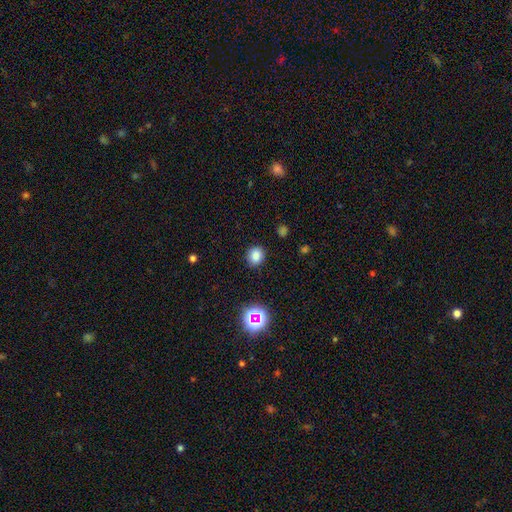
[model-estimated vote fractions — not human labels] Smooth or featured: smooth — 80% (star or artifact — 15%)
How rounded: round — 75% (in between — 24%)
Merging: none — 88% (minor disturbance — 8%)